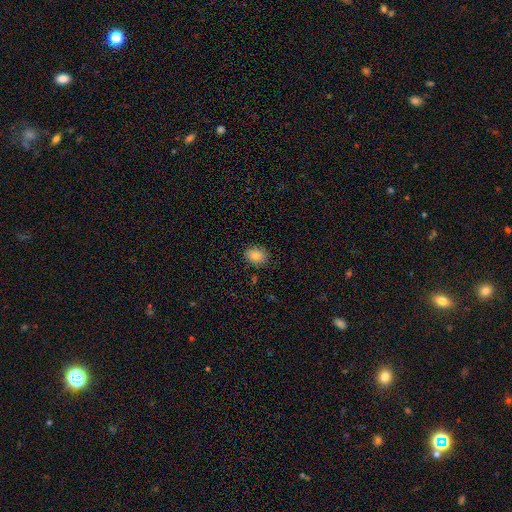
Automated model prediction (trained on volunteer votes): Smooth or featured? smooth (82%)
How rounded? in between (63%)
Merging? none (83%)